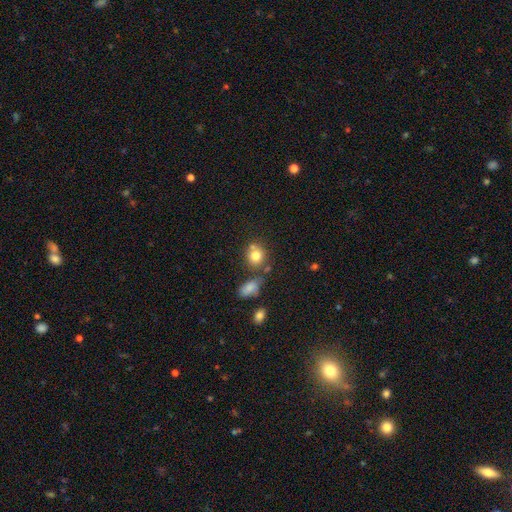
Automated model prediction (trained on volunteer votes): A smooth galaxy with no disk features (78%) that is round (74%). Merging: none (58%).